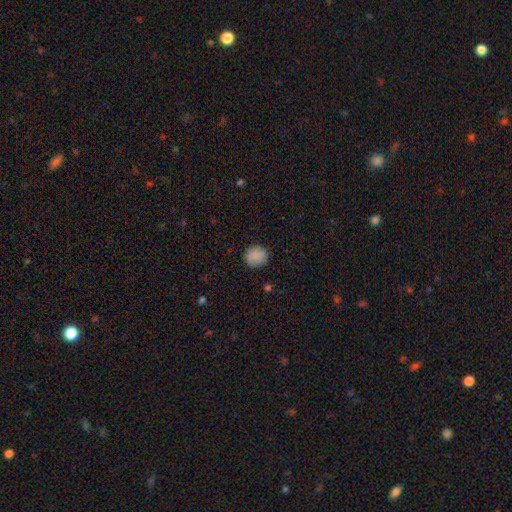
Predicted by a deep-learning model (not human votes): The model was most divided on "how rounded": round: 73%, in between: 26%, cigar-shaped: 1%. More confident: merging — none (88%); smooth or featured — smooth (88%).